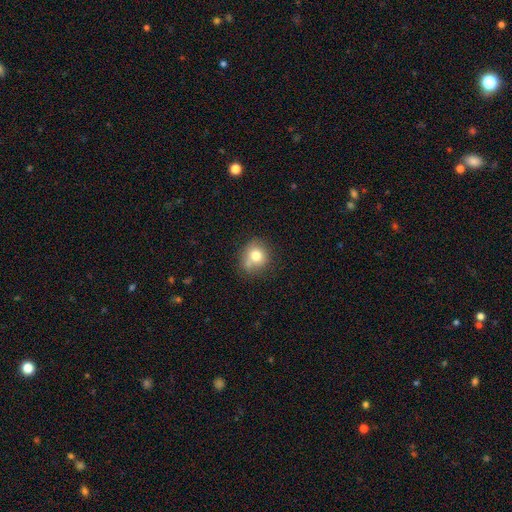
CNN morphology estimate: Smooth or featured: smooth — 76% (featured or disk — 13%)
How rounded: round — 79% (in between — 20%)
Merging: none — 59% (minor disturbance — 21%)